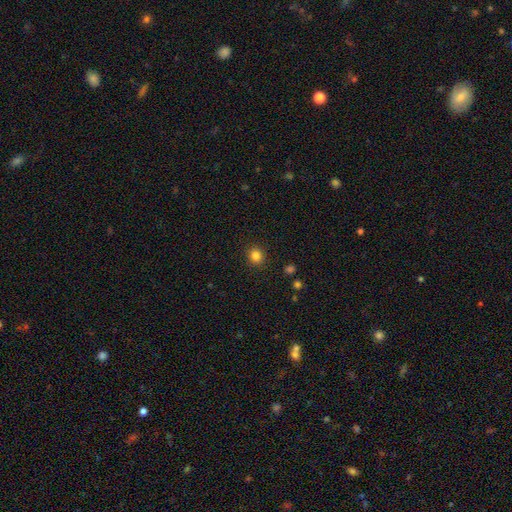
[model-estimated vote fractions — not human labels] This appears to be a smooth galaxy with no disk features (83%) that is round (80%). Merging: none (91%).